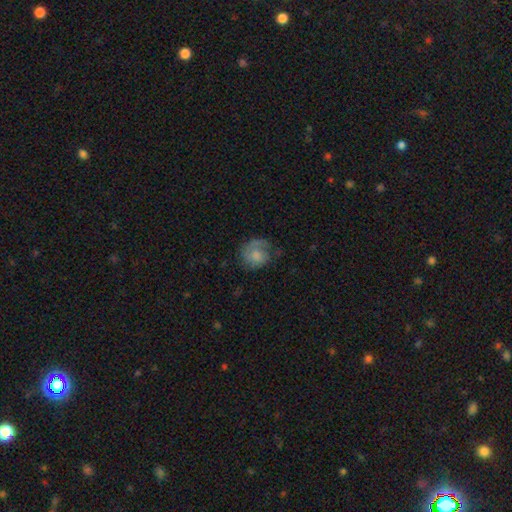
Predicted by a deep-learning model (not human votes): A smooth galaxy with no disk features (49%). Merging: none (52%).